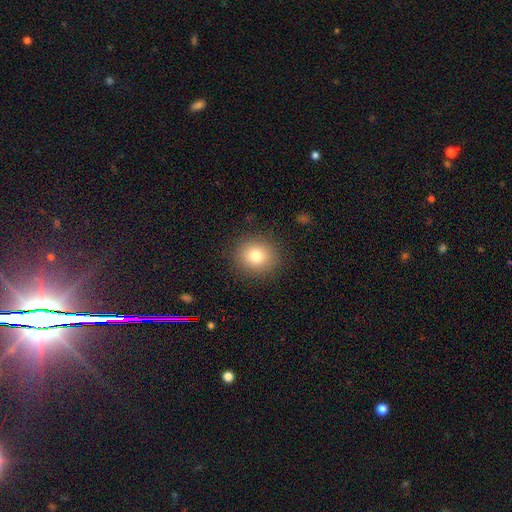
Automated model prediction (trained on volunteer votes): This is likely a smooth galaxy (78%). How rounded: clearly round (82%). Merging: clearly none (89%).